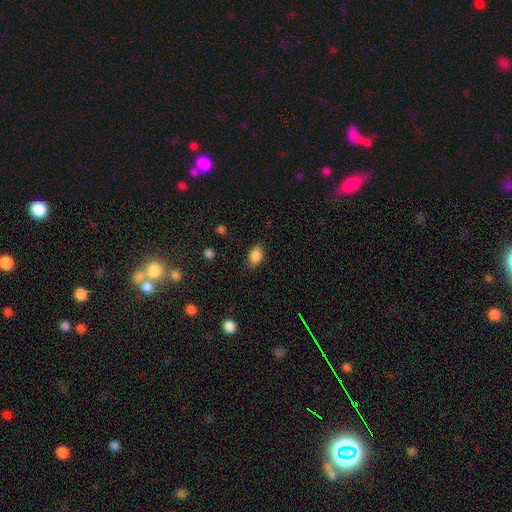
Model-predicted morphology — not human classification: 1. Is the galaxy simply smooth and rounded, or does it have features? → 87% smooth, 8% star or artifact, 5% featured or disk.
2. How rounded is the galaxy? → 86% in between, 13% round, 2% cigar-shaped.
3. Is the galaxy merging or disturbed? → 79% none, 16% minor disturbance, 4% major disturbance, 1% merger.